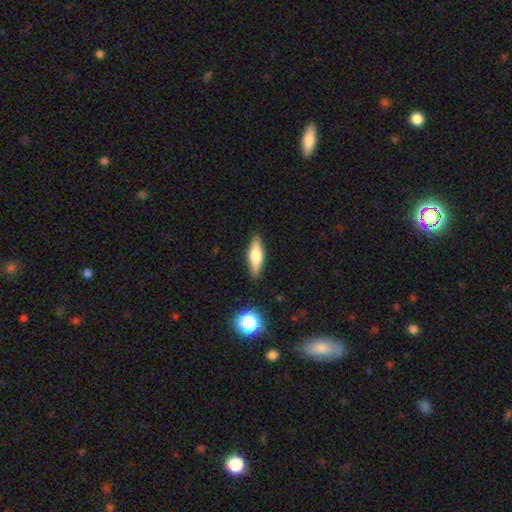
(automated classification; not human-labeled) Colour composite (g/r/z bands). It shows a smooth galaxy with no disk features (56%) that is cigar-shaped (52%). Merging: none (87%).